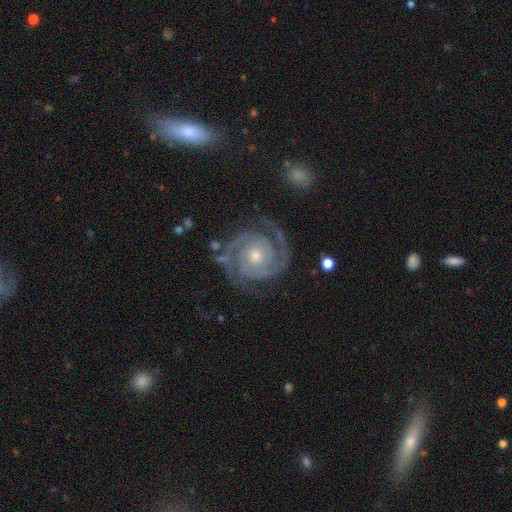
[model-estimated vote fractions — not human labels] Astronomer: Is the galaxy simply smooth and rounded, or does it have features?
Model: featured or disk — 93%.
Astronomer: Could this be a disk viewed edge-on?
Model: no — 98%.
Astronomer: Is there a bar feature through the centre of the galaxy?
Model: no — 76%.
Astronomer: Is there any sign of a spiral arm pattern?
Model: yes — 99%.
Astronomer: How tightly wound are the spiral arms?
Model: tight — 73%.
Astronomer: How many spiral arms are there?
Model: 2 — 88%.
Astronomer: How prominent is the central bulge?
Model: moderate — 48%, tied with small at 48%.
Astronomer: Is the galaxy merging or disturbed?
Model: none — 81%.